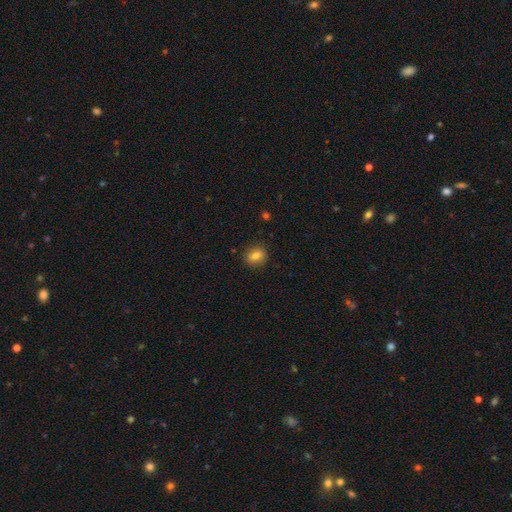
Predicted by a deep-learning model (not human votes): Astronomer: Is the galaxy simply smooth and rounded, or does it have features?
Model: smooth — 81%.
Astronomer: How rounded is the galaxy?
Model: round — 56% (runner-up: in between, 43%).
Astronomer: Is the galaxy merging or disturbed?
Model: none — 87%.